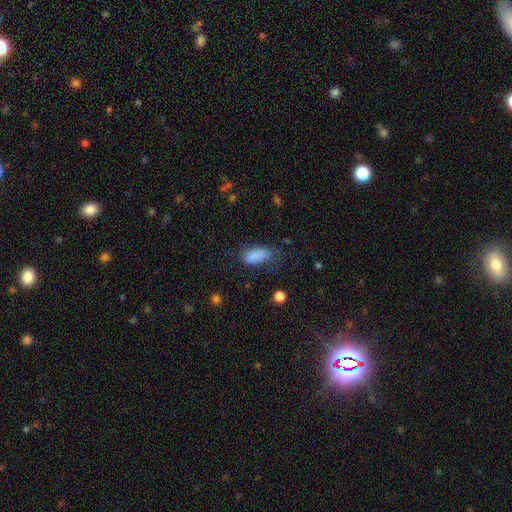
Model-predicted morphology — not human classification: Overall: smooth (80%). How rounded: in between (87%). Merging: none (35%; minor disturbance 32%).